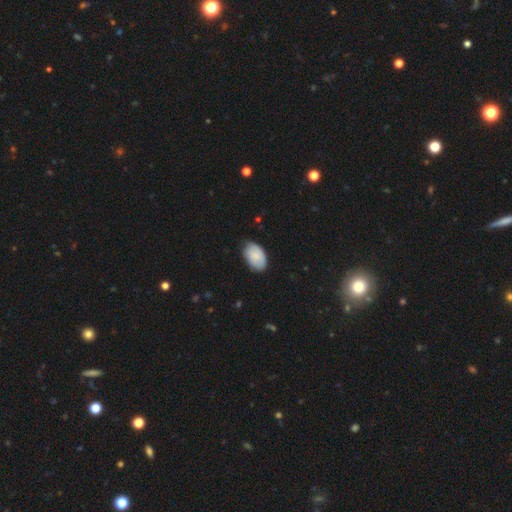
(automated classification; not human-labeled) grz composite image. It shows a smooth galaxy with no disk features (82%) that is in between round and cigar-shaped (92%). Merging: none (72%).